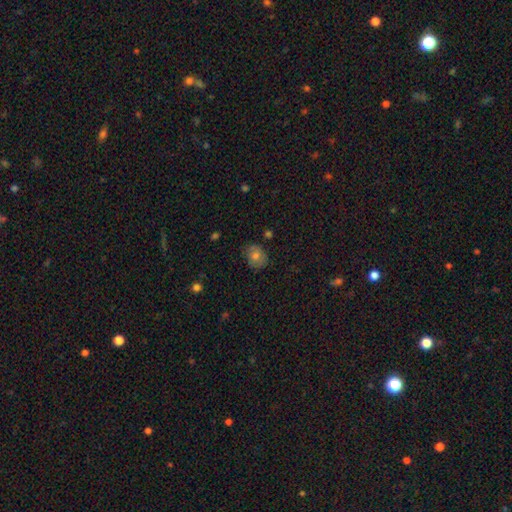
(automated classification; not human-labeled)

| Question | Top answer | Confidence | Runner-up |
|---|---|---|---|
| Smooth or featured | smooth | 64% | featured or disk (23%) |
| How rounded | round | 61% | in between (38%) |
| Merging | none | 77% | minor disturbance (18%) |